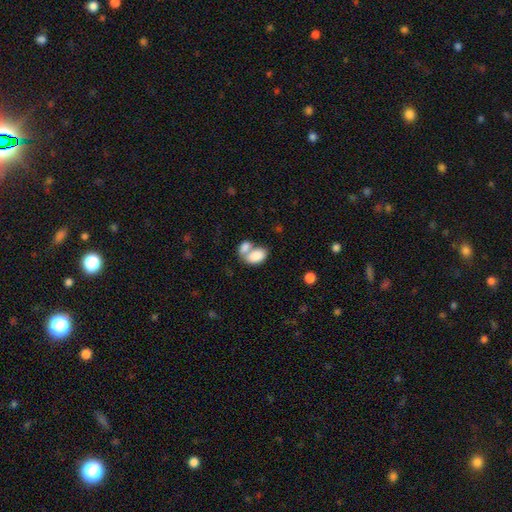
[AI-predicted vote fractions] Smooth or featured: smooth — 83% (featured or disk — 10%)
How rounded: in between — 91% (round — 8%)
Merging: merger — 63% (none — 23%)